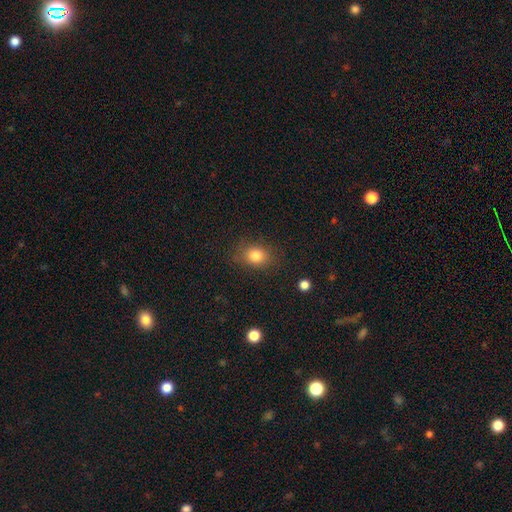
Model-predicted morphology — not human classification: smooth-or-featured: smooth: 81% | star or artifact: 11% | featured or disk: 8%
  how-rounded: in between: 52% | round: 47% | cigar-shaped: 1%
  merging: none: 80% | minor disturbance: 14% | major disturbance: 5% | merger: 1%